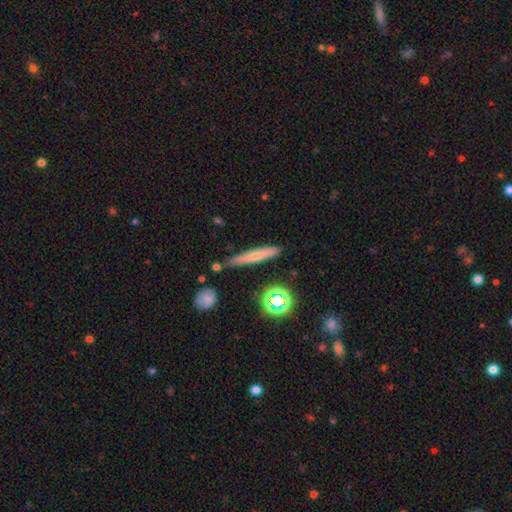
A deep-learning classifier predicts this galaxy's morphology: Smooth or featured?
  - smooth: 55% *
  - featured or disk: 33%
  - star or artifact: 12%
How rounded?
  - cigar-shaped: 90% *
  - in between: 7%
  - round: 3%
Merging?
  - none: 82% *
  - minor disturbance: 12%
  - merger: 3%
  - major disturbance: 3%